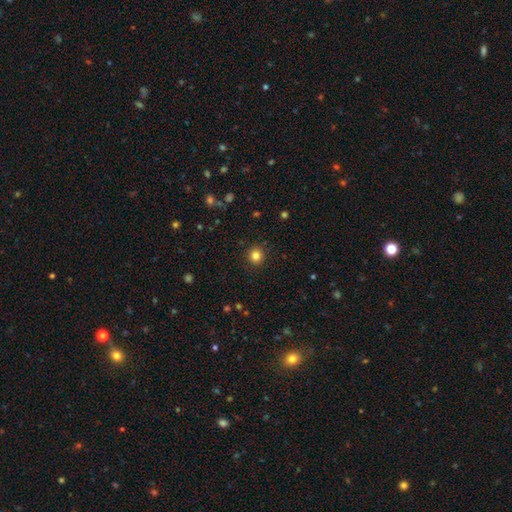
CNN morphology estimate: A smooth galaxy with no disk features (83%) that is round (92%).

Vote fractions:
- Smooth or featured? smooth: 83% / star or artifact: 12% / featured or disk: 5%
- How rounded? round: 92% / in between: 7% / cigar-shaped: 1%
- Merging? none: 91% / minor disturbance: 6% / major disturbance: 2% / merger: 1%